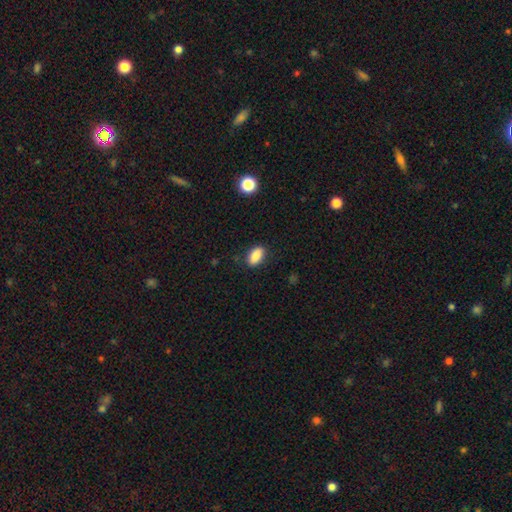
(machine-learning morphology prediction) Smooth or featured?
  - smooth: 88% *
  - star or artifact: 8%
  - featured or disk: 5%
How rounded?
  - in between: 89% *
  - cigar-shaped: 6%
  - round: 5%
Merging?
  - none: 85% *
  - minor disturbance: 11%
  - major disturbance: 3%
  - merger: 1%